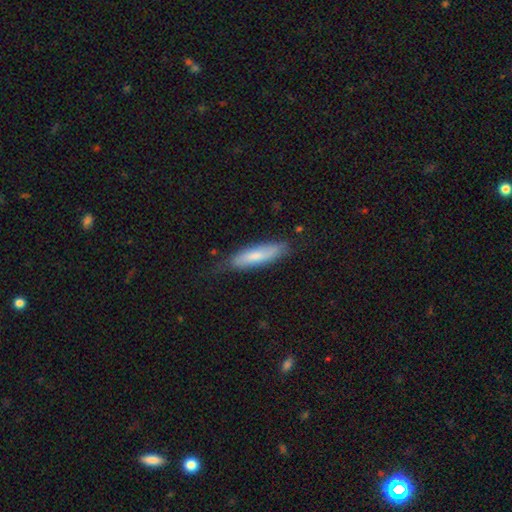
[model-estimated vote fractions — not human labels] Smooth or featured? Predicted: smooth (p=0.73). How rounded? Predicted: cigar-shaped (p=0.66). Merging? Predicted: none (p=0.73).